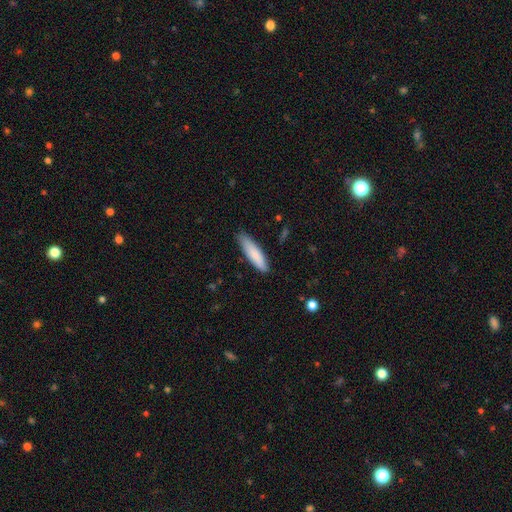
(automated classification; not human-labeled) Q: Smooth or featured?
A: smooth (84%); runner-up: featured or disk (10%)
Q: How rounded?
A: cigar-shaped (70%); runner-up: in between (28%)
Q: Merging?
A: none (81%); runner-up: minor disturbance (15%)